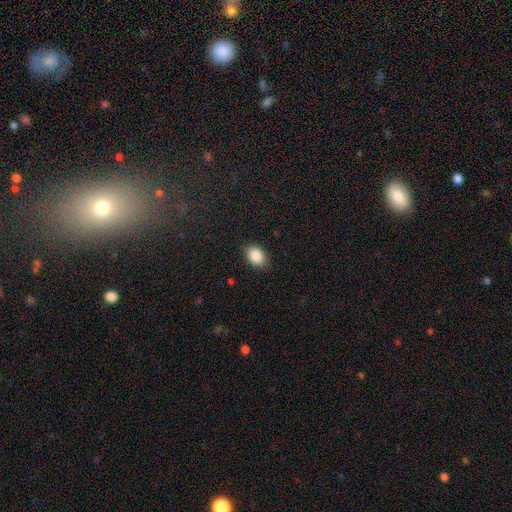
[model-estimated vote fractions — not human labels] smooth-or-featured: smooth: 88% | star or artifact: 8% | featured or disk: 4%
  how-rounded: in between: 77% | round: 22% | cigar-shaped: 1%
  merging: none: 84% | minor disturbance: 12% | major disturbance: 3% | merger: 1%